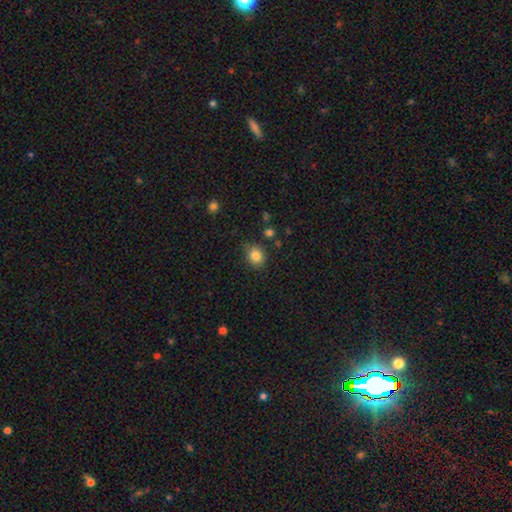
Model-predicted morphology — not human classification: Overall: smooth (83%). How rounded: round (74%). Merging: none (80%).